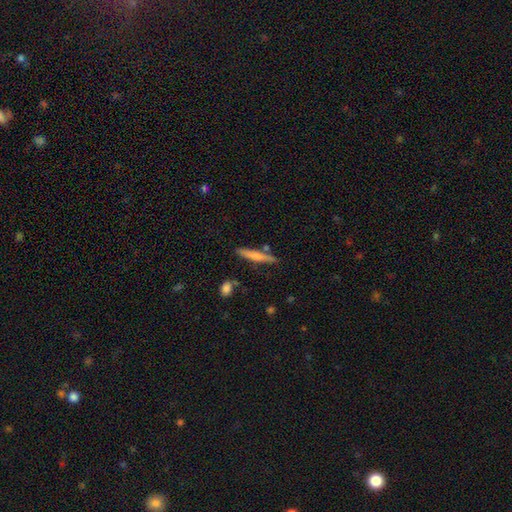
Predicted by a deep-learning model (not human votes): This appears to be a smooth galaxy with no disk features (63%) that is cigar-shaped (92%). Merging: none (80%).